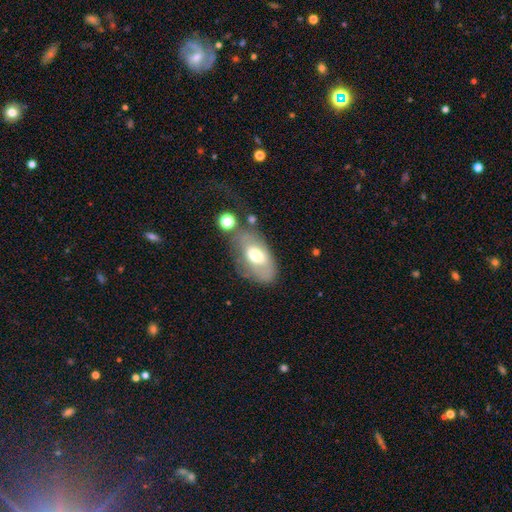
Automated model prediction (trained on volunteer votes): Smooth or featured? smooth (57%)
How rounded? in between (91%)
Merging? none (45%)